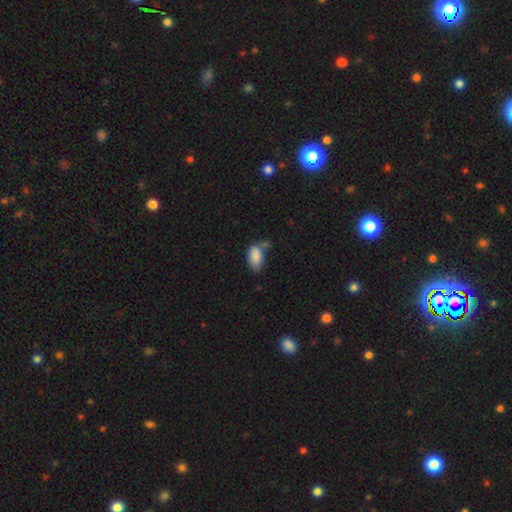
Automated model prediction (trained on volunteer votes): The model was most divided on "merging": none: 45%, minor disturbance: 29%, merger: 18%, major disturbance: 9%. More confident: how rounded — in between (93%); smooth or featured — smooth (86%).